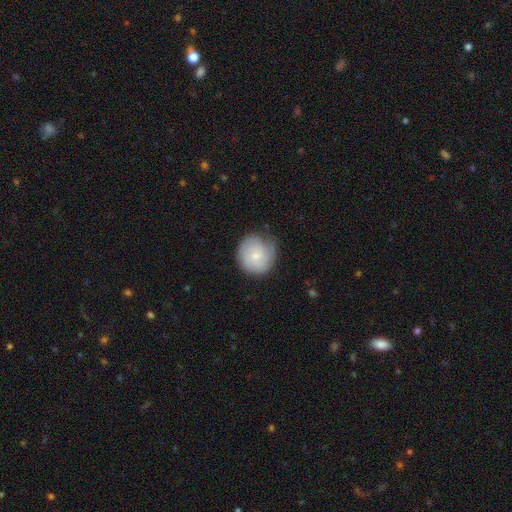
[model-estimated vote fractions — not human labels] Q: Smooth or featured?
A: smooth (49%); runner-up: featured or disk (44%)
Q: Merging?
A: none (69%); runner-up: minor disturbance (23%)